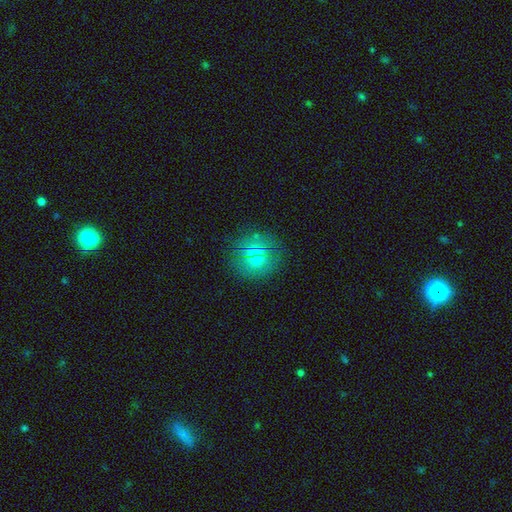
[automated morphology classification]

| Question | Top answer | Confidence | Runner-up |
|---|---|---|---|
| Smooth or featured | smooth | 69% | star or artifact (17%) |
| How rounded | round | 91% | in between (8%) |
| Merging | none | 82% | minor disturbance (11%) |